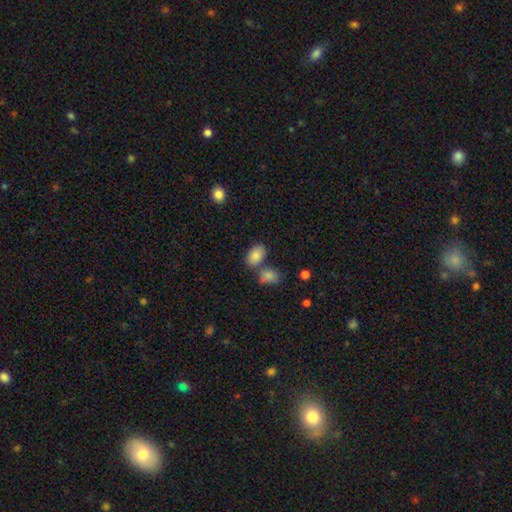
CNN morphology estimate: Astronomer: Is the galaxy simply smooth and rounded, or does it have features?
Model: smooth — 84%.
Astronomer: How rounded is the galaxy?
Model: in between — 89%.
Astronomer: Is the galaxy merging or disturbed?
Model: none — 59%.